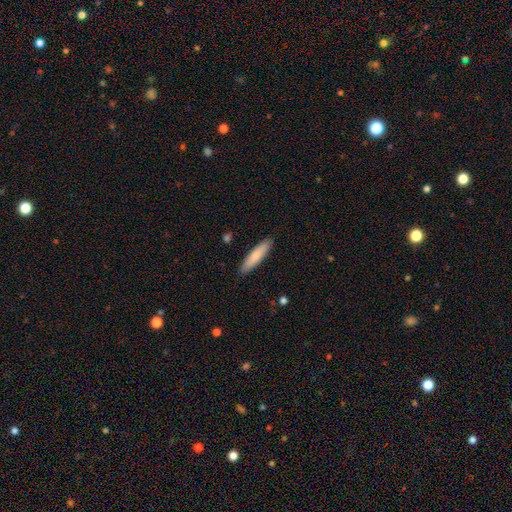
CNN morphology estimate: type=smooth (79%); roundness=cigar-shaped (78%); merging=none (90%).